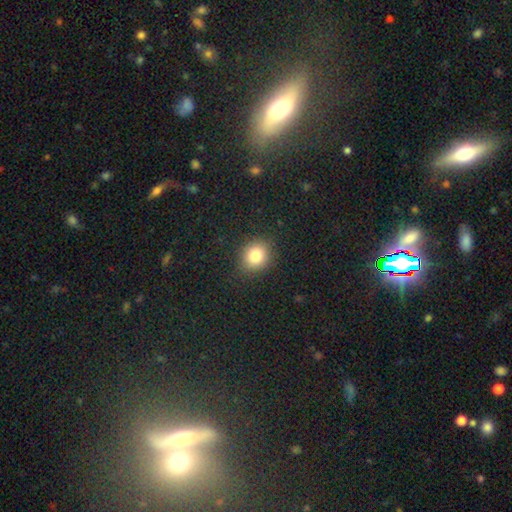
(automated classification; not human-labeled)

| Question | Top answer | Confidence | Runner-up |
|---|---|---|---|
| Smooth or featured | smooth | 81% | star or artifact (12%) |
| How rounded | round | 74% | in between (25%) |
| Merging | none | 87% | minor disturbance (9%) |